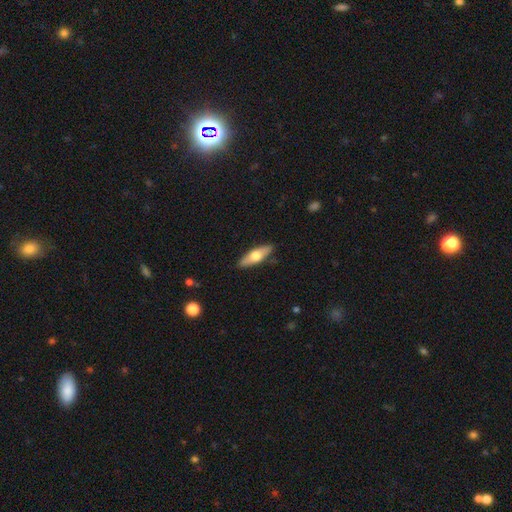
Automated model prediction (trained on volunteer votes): Q: Smooth or featured?
A: smooth (52%); runner-up: featured or disk (42%)
Q: How rounded?
A: cigar-shaped (50%); runner-up: in between (47%)
Q: Merging?
A: none (88%); runner-up: minor disturbance (9%)